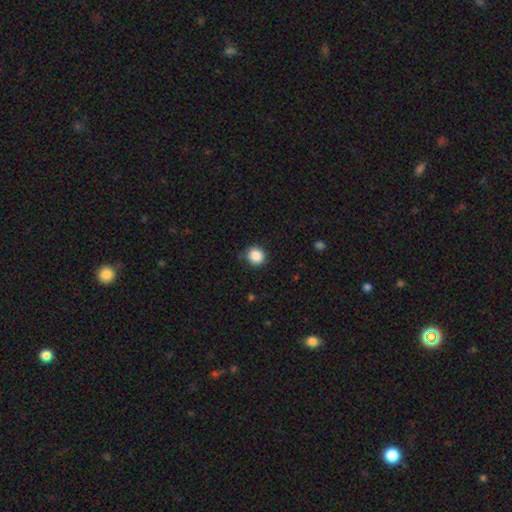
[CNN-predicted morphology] Q: Smooth or featured?
A: smooth (87%); runner-up: star or artifact (10%)
Q: How rounded?
A: round (88%); runner-up: in between (11%)
Q: Merging?
A: none (85%); runner-up: minor disturbance (11%)